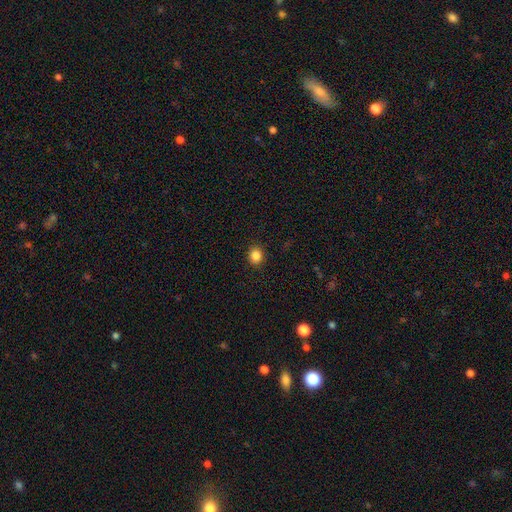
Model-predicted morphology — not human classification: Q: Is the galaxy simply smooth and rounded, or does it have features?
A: smooth — 85%.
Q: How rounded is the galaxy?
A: round — 80%.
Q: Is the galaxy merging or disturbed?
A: none — 91%.